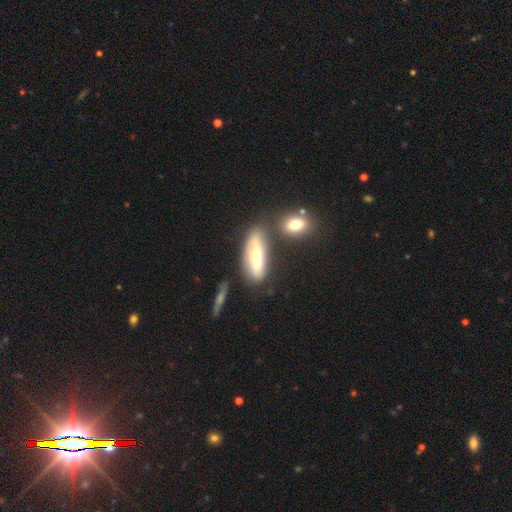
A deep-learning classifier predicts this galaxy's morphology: smooth-or-featured: smooth: 50% | featured or disk: 43% | star or artifact: 7%
  how-rounded: in between: 62% | cigar-shaped: 35% | round: 3%
  merging: none: 66% | minor disturbance: 16% | merger: 13% | major disturbance: 5%